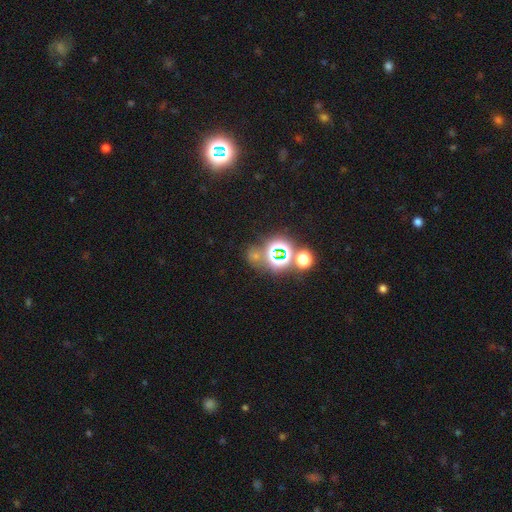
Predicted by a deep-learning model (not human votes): smooth_or_featured: star or artifact (p=0.65) [alt: smooth p=0.25]